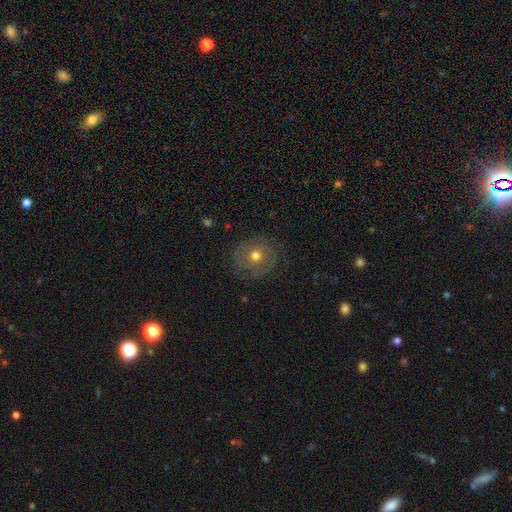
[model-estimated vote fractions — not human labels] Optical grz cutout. It shows a featured or disk galaxy (48%). Merging: none (78%).